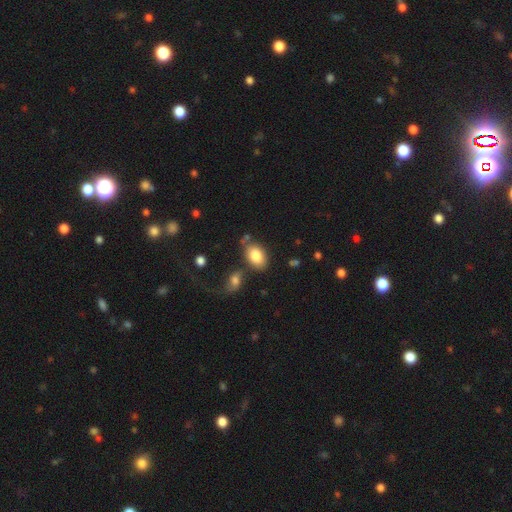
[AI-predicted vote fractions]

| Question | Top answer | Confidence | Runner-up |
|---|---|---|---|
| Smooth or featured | smooth | 84% | featured or disk (9%) |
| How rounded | in between | 87% | round (12%) |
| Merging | none | 65% | minor disturbance (15%) |